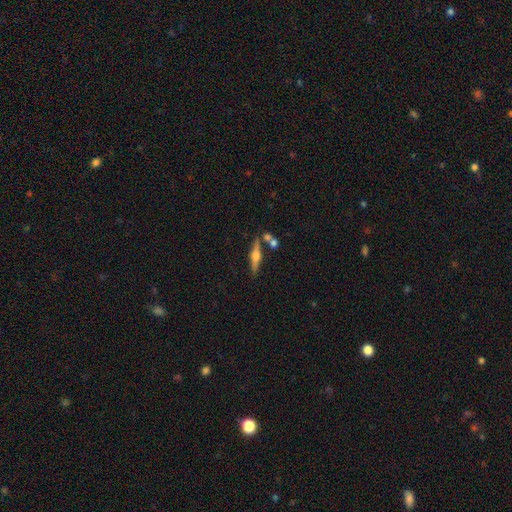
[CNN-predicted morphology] smooth-or-featured: featured or disk: 69% | smooth: 24% | star or artifact: 7%
  disk-edge-on: yes: 96% | no: 4%
    edge-on-bulge: rounded: 93% | boxy: 5% | none: 2%
  merging: none: 76% | merger: 12% | minor disturbance: 10% | major disturbance: 3%